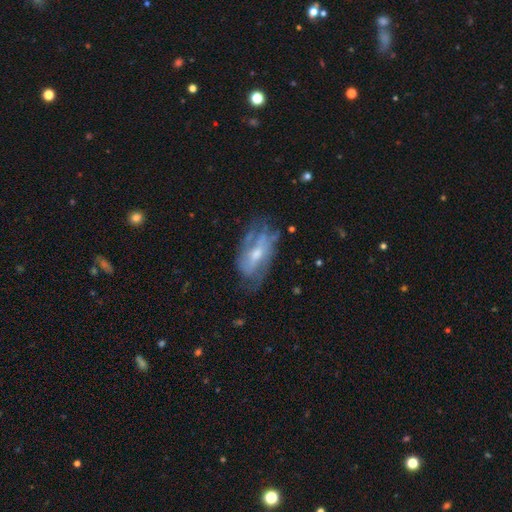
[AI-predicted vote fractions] smooth-or-featured: featured or disk: 70% | smooth: 18% | star or artifact: 12%
  disk-edge-on: no: 89% | yes: 11%
    bar: weak: 41% | no: 39% | strong: 20%
    has-spiral-arms: yes: 80% | no: 20%
    bulge-size: moderate: 49% | small: 45% | large: 3% | none: 3% | dominant: 1%
  merging: none: 68% | minor disturbance: 21% | major disturbance: 9% | merger: 2%